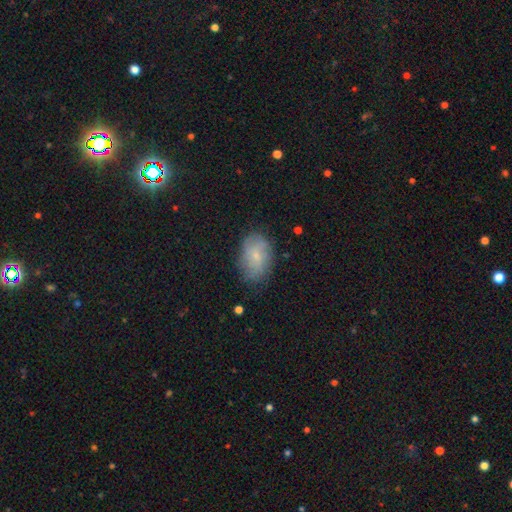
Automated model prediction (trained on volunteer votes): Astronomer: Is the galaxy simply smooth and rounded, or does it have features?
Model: smooth — 60%.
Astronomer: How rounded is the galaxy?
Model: in between — 86%.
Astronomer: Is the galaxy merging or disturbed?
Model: none — 74%.